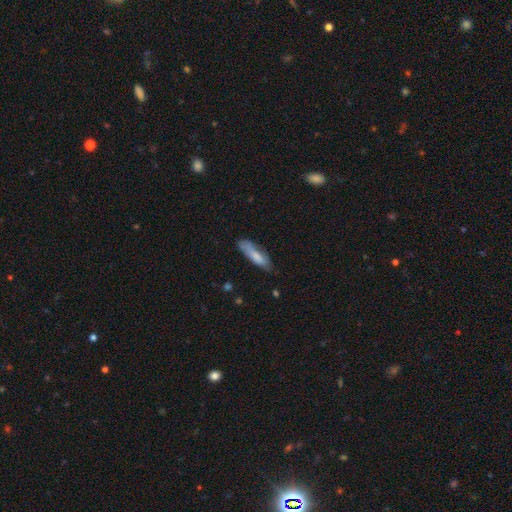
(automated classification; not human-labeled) smooth 78%, featured or disk 16%, star or artifact 6%. Down the decision tree: how rounded — cigar-shaped (66%); merging — none (57%).